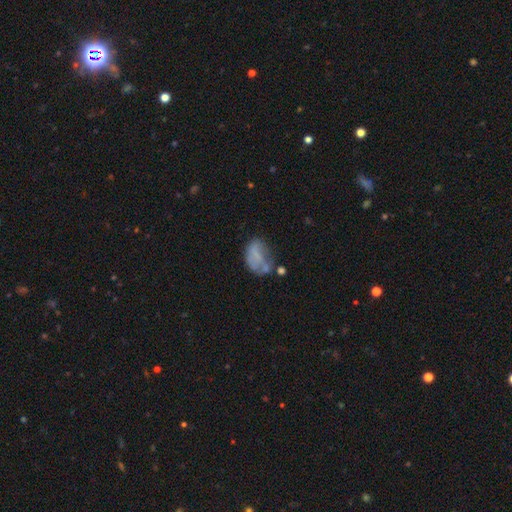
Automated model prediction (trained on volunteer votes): Smooth or featured? smooth (53%)
How rounded? in between (83%)
Merging? none (32%)